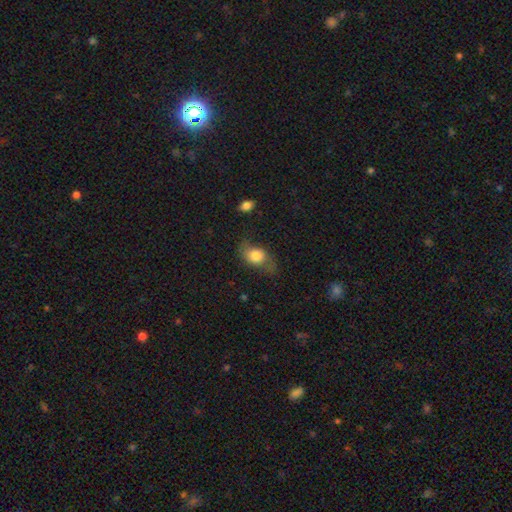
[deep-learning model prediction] A smooth galaxy with no disk features (72%) that is in between round and cigar-shaped (61%). Merging: none (53%).